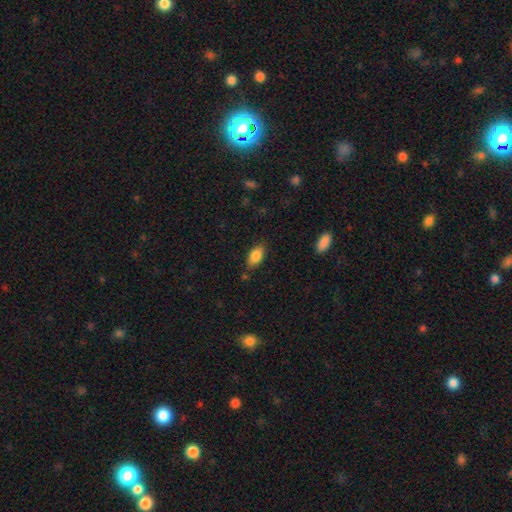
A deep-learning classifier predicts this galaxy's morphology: smooth_or_featured: smooth (p=0.85) [alt: featured or disk p=0.08]
how_rounded: in between (p=0.91) [alt: cigar-shaped p=0.05]
merging: none (p=0.79) [alt: minor disturbance p=0.15]